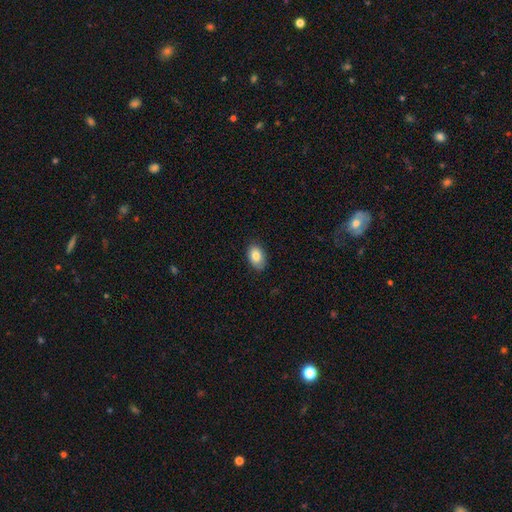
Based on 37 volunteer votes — A smooth galaxy with no disk features (84%) that is in between round and cigar-shaped (94%).

Vote fractions:
- Smooth or featured? smooth: 84% / featured or disk: 8% / star or artifact: 8%
- How rounded? in between: 94% / round: 6% / cigar-shaped: 0%
- Merging? none: 65% / minor disturbance: 32% / major disturbance: 3% / merger: 0%